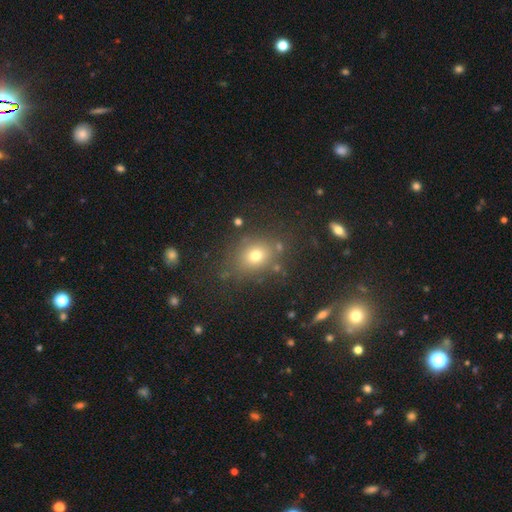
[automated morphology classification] A smooth galaxy with no disk features (71%) that is round (58%).

Vote fractions:
- Smooth or featured? smooth: 71% / star or artifact: 18% / featured or disk: 11%
- How rounded? round: 58% / in between: 40% / cigar-shaped: 1%
- Merging? none: 78% / minor disturbance: 12% / major disturbance: 5% / merger: 4%